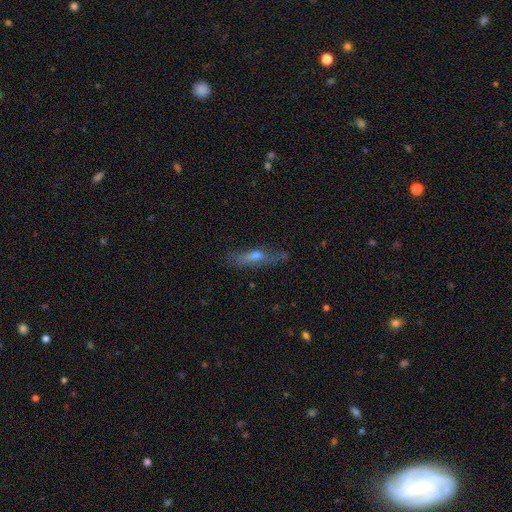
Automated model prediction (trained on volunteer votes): The model was most divided on "smooth or featured": featured or disk: 46%, smooth: 44%, star or artifact: 9%. More confident: merging — none (64%).